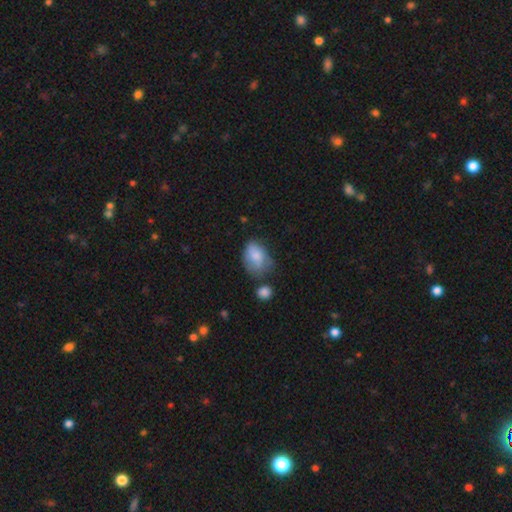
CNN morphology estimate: A smooth galaxy with no disk features (76%) that is in between round and cigar-shaped (78%).

Vote fractions:
- Smooth or featured? smooth: 76% / featured or disk: 16% / star or artifact: 8%
- How rounded? in between: 78% / round: 21% / cigar-shaped: 1%
- Merging? none: 37% / minor disturbance: 36% / major disturbance: 18% / merger: 9%